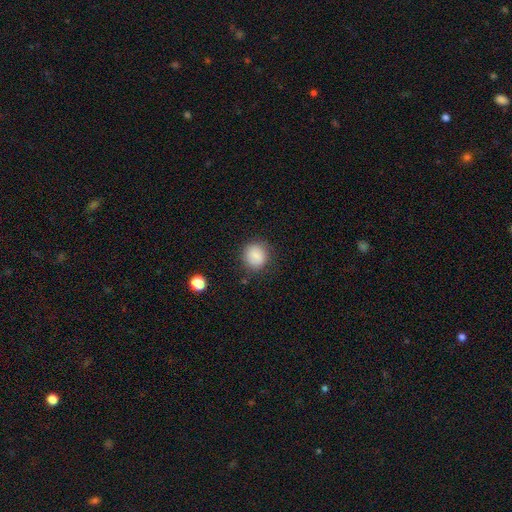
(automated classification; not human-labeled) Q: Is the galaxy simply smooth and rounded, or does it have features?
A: smooth — 85%.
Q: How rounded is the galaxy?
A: round — 85%.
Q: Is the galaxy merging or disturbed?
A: none — 82%.